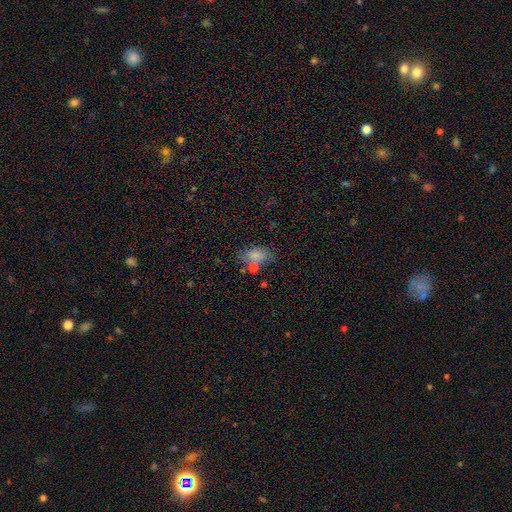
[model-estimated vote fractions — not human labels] Smooth or featured? Predicted: smooth (p=0.76). How rounded? Predicted: in between (p=0.87). Merging? Predicted: none (p=0.50).